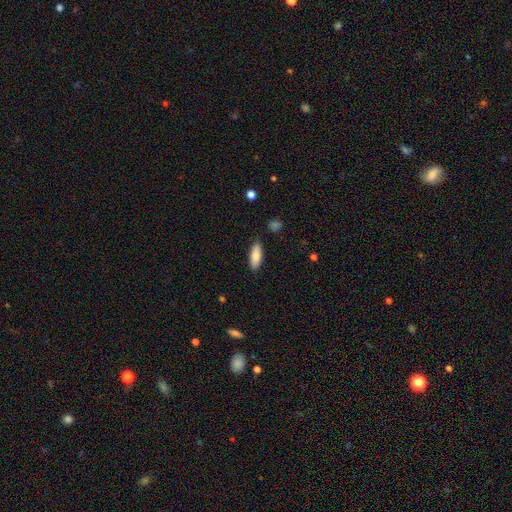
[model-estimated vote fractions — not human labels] This appears to be a smooth galaxy with no disk features (84%) that is in between round and cigar-shaped (68%). Merging: none (86%).